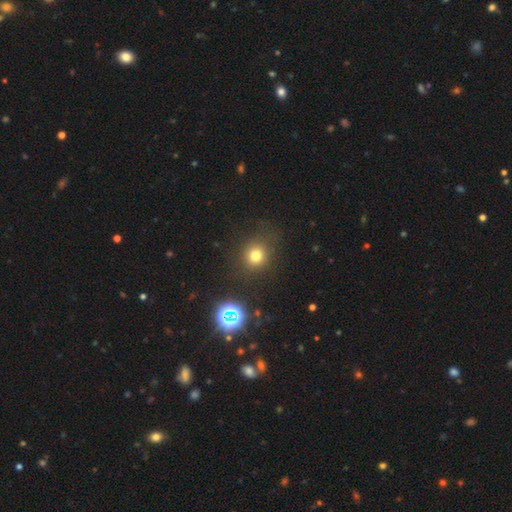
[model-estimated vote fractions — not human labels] This is likely a smooth galaxy (74%). How rounded: clearly round (88%). Merging: clearly none (83%).